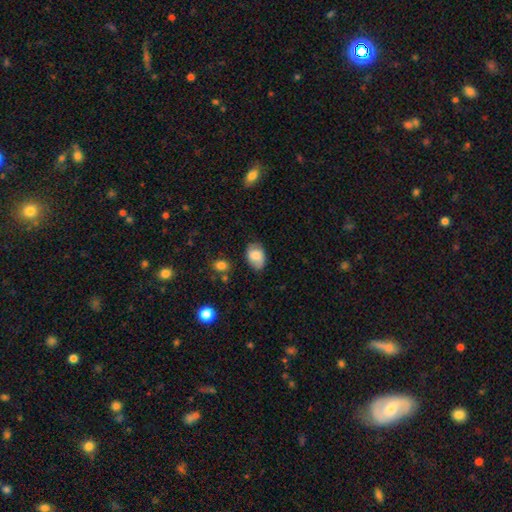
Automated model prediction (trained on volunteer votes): smooth 79%, featured or disk 14%, star or artifact 8%. Down the decision tree: how rounded — in between (84%); merging — none (71%).